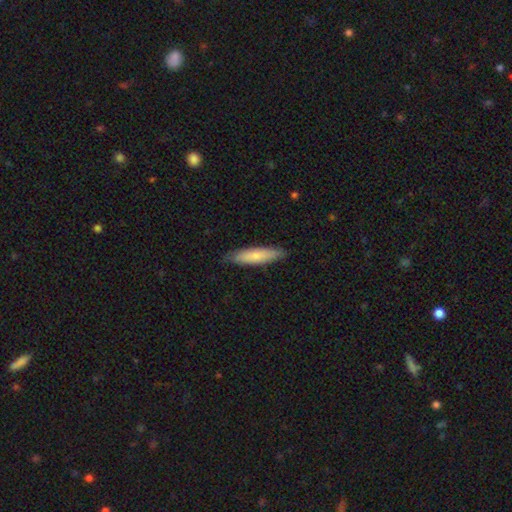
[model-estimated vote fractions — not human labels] Smooth or featured? smooth (74%)
How rounded? cigar-shaped (79%)
Merging? none (85%)